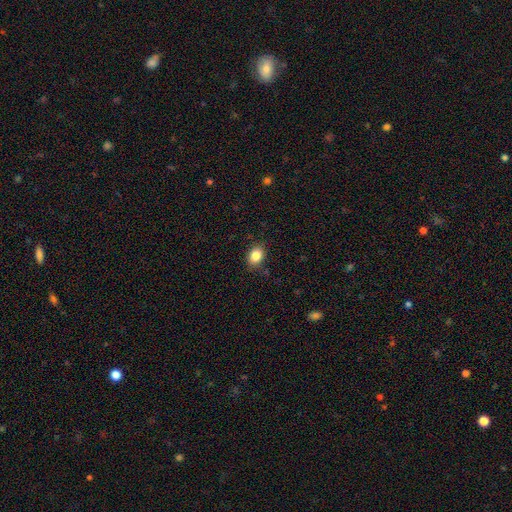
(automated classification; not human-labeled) Smooth or featured?
  - smooth: 85% *
  - star or artifact: 9%
  - featured or disk: 5%
How rounded?
  - in between: 69% *
  - round: 30%
  - cigar-shaped: 1%
Merging?
  - none: 86% *
  - minor disturbance: 10%
  - major disturbance: 2%
  - merger: 1%